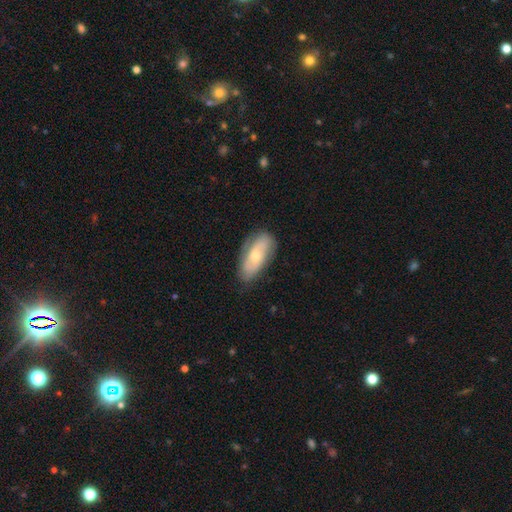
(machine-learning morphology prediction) smooth-or-featured: featured or disk: 51% | smooth: 43% | star or artifact: 6%
  disk-edge-on: no: 88% | yes: 12%
  merging: none: 75% | minor disturbance: 19% | major disturbance: 5% | merger: 1%